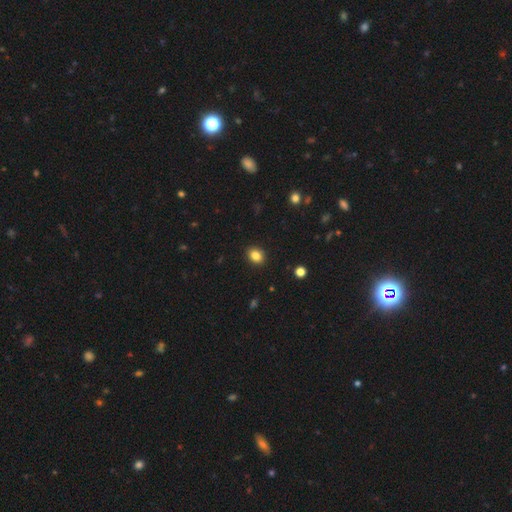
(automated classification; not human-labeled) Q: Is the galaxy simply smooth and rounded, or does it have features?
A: smooth — 85%.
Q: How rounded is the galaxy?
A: in between — 57%.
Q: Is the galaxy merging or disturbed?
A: none — 90%.